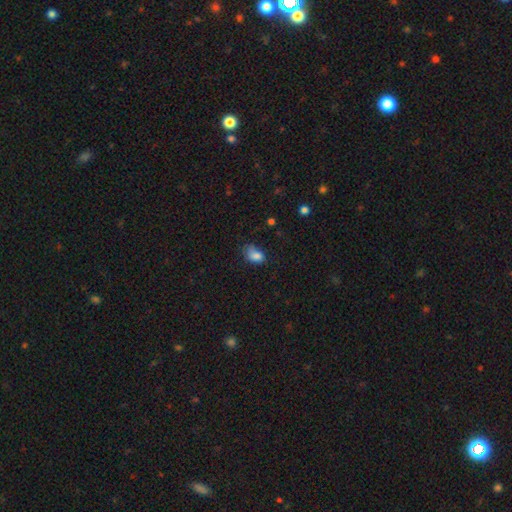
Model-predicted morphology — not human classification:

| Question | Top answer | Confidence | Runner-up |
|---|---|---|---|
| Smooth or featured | smooth | 83% | star or artifact (10%) |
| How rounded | in between | 84% | round (14%) |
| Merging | none | 44% | minor disturbance (38%) |